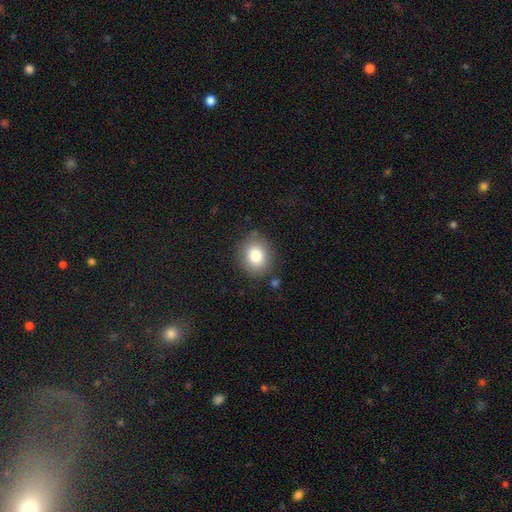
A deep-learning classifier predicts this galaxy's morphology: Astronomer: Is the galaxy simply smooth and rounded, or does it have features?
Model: smooth — 81%.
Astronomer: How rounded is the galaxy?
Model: round — 61% (runner-up: in between, 38%).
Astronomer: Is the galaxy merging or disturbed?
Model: none — 83%.